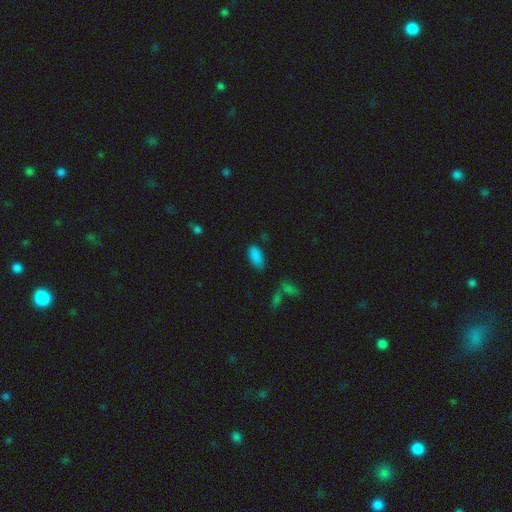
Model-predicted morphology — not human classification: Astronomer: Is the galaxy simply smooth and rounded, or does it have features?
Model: smooth — 86%.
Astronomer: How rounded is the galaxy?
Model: in between — 93%.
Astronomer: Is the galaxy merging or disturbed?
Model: none — 76%.